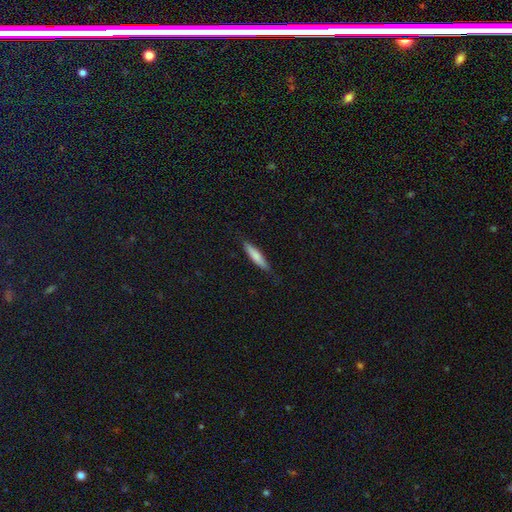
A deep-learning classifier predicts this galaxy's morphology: This appears to be a smooth galaxy with no disk features (75%) that is cigar-shaped (83%). Merging: none (83%).